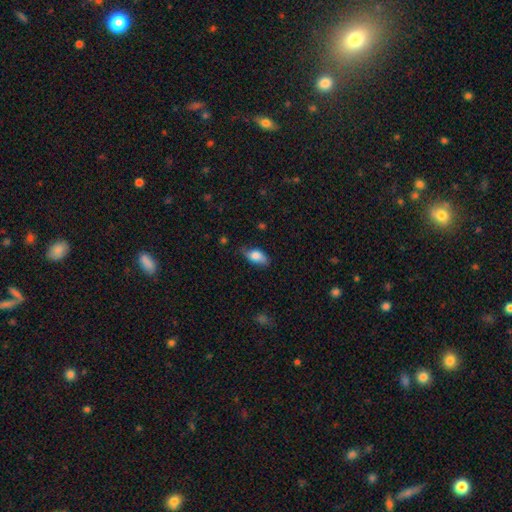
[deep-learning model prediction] A smooth galaxy with no disk features (76%) that is in between round and cigar-shaped (87%).

Vote fractions:
- Smooth or featured? smooth: 76% / featured or disk: 16% / star or artifact: 7%
- How rounded? in between: 87% / cigar-shaped: 8% / round: 5%
- Merging? none: 65% / minor disturbance: 28% / major disturbance: 6% / merger: 2%